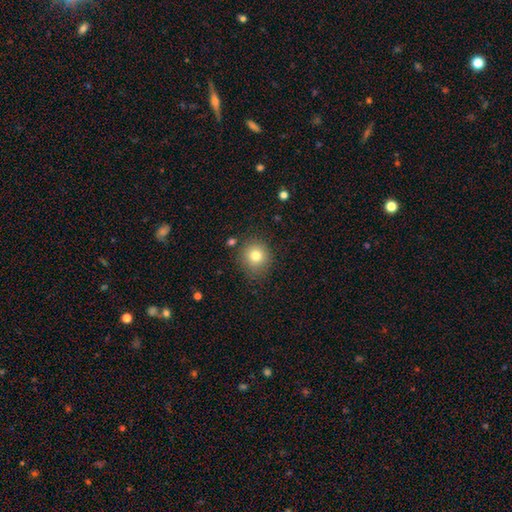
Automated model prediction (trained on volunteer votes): A smooth galaxy with no disk features (79%) that is round (85%). Merging: none (82%).